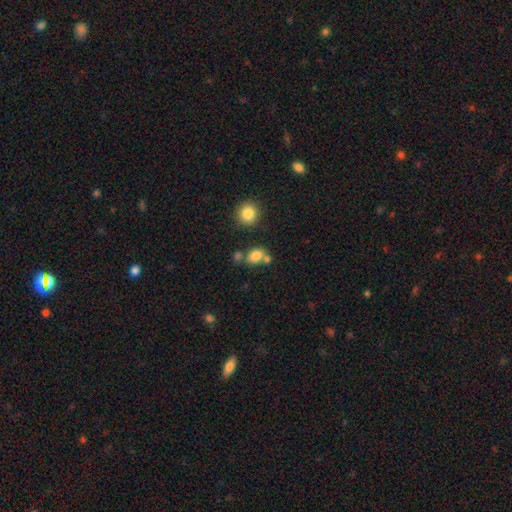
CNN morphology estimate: type=smooth (80%); roundness=in between (62%); merging=none (55%).